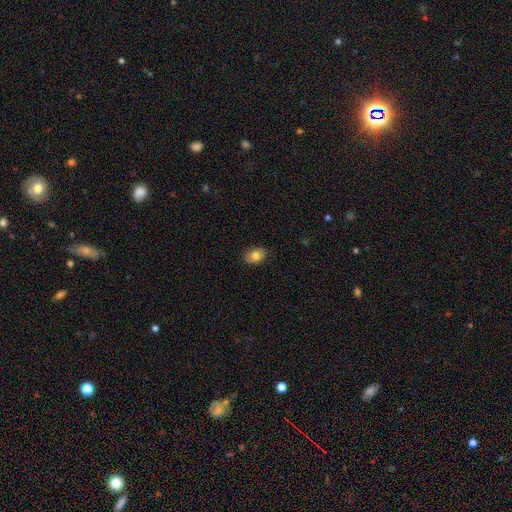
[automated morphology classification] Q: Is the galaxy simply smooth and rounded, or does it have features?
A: smooth — 80%.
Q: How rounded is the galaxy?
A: in between — 76%.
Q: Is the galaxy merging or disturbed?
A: none — 83%.